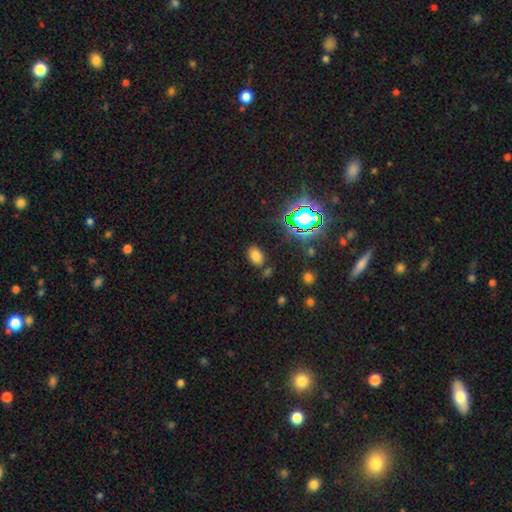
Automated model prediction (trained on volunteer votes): Smooth or featured?
  - smooth: 72% *
  - star or artifact: 21%
  - featured or disk: 7%
How rounded?
  - in between: 83% *
  - round: 15%
  - cigar-shaped: 1%
Merging?
  - none: 79% *
  - minor disturbance: 11%
  - merger: 6%
  - major disturbance: 4%